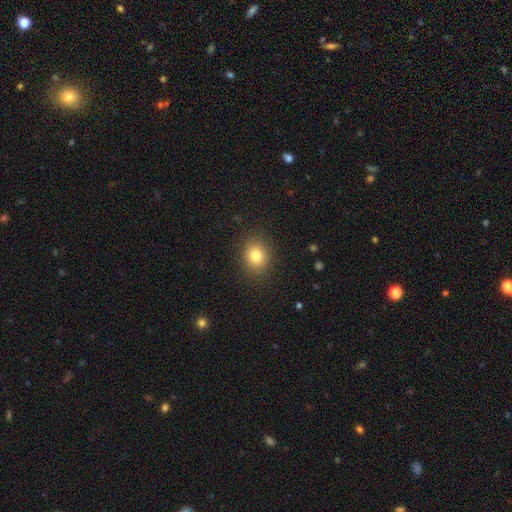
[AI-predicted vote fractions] Q: Smooth or featured?
A: smooth (81%); runner-up: star or artifact (11%)
Q: How rounded?
A: round (67%); runner-up: in between (33%)
Q: Merging?
A: none (88%); runner-up: minor disturbance (8%)